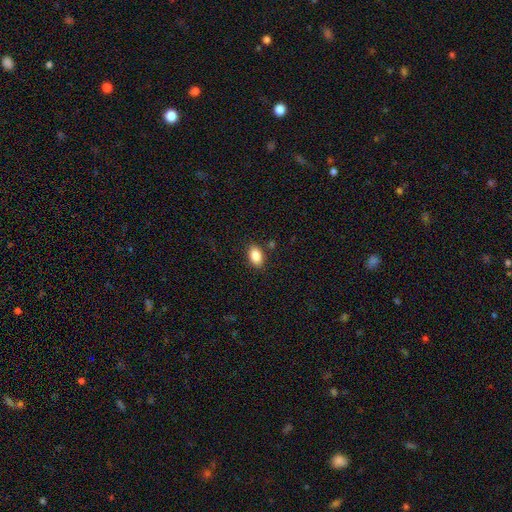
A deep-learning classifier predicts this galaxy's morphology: Q: Smooth or featured?
A: smooth (86%); runner-up: star or artifact (8%)
Q: How rounded?
A: in between (89%); runner-up: round (9%)
Q: Merging?
A: none (85%); runner-up: minor disturbance (10%)